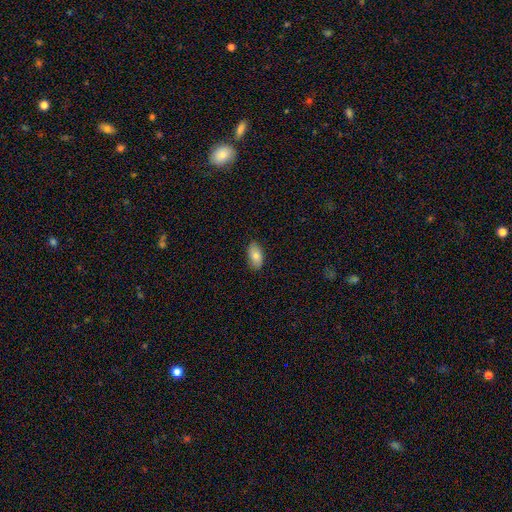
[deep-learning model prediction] A smooth galaxy with no disk features (78%) that is in between round and cigar-shaped (93%).

Vote fractions:
- Smooth or featured? smooth: 78% / featured or disk: 14% / star or artifact: 7%
- How rounded? in between: 93% / round: 4% / cigar-shaped: 3%
- Merging? none: 84% / minor disturbance: 13% / major disturbance: 2% / merger: 1%